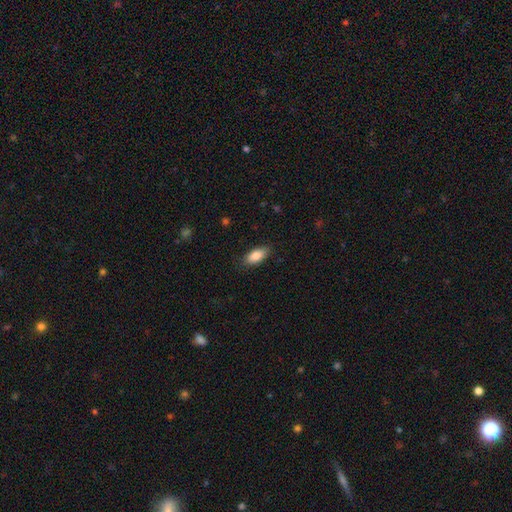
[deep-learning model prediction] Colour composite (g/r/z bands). It shows a smooth galaxy with no disk features (84%) that is in between round and cigar-shaped (87%). Merging: none (82%).